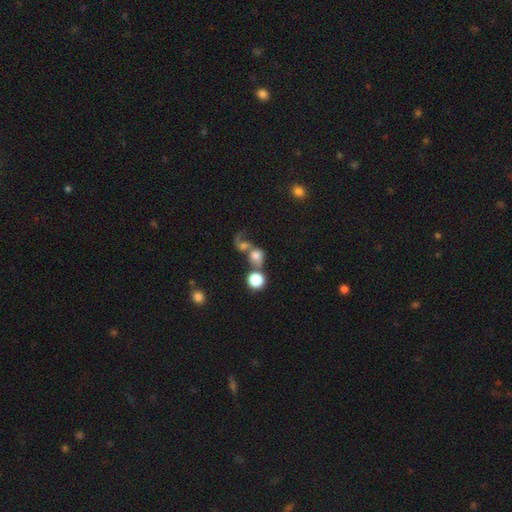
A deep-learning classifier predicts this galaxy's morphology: Overall: smooth (57%; featured or disk 27%). How rounded: round (73%). Merging: merger (57%; none 19%).